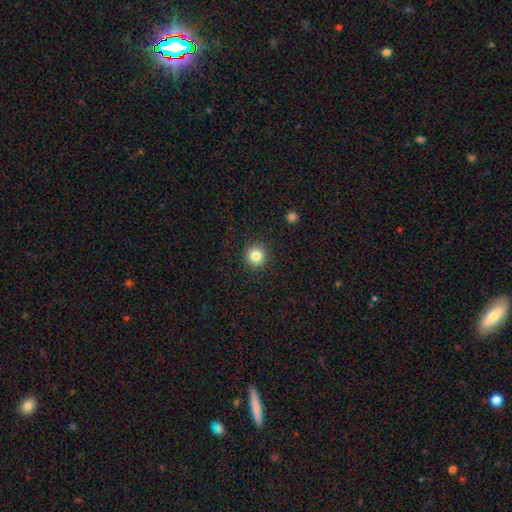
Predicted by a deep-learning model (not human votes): This is clearly a smooth galaxy (82%). How rounded: clearly round (95%). Merging: clearly none (92%).